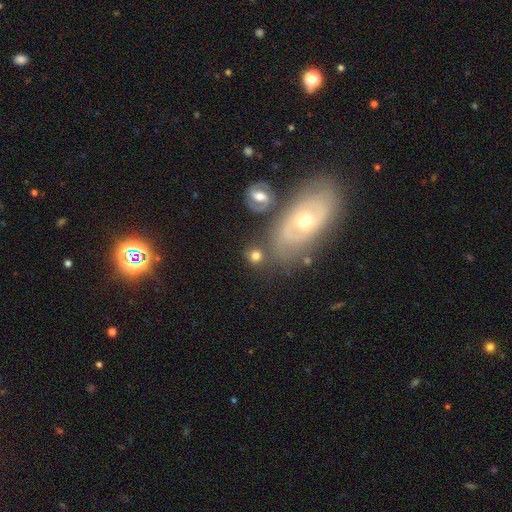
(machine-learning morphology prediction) type=smooth (72%); roundness=round (74%); merging=none (64%).